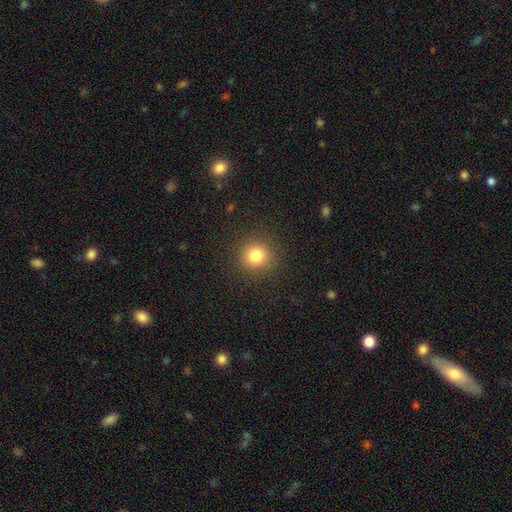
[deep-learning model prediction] A smooth galaxy with no disk features (81%) that is round (93%).

Vote fractions:
- Smooth or featured? smooth: 81% / star or artifact: 13% / featured or disk: 6%
- How rounded? round: 93% / in between: 6% / cigar-shaped: 1%
- Merging? none: 90% / minor disturbance: 6% / major disturbance: 3% / merger: 1%